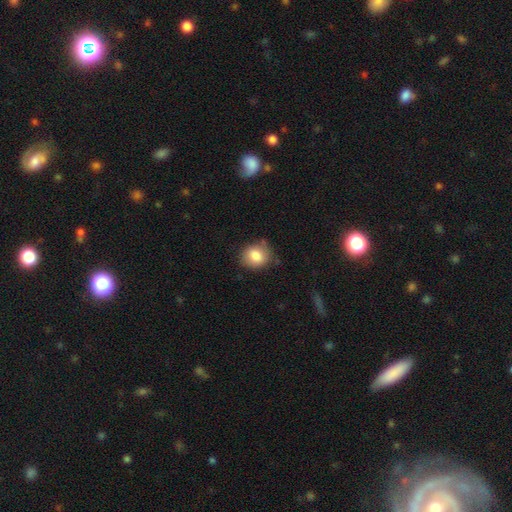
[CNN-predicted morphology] A smooth galaxy with no disk features (82%) that is round (66%). Merging: none (74%).